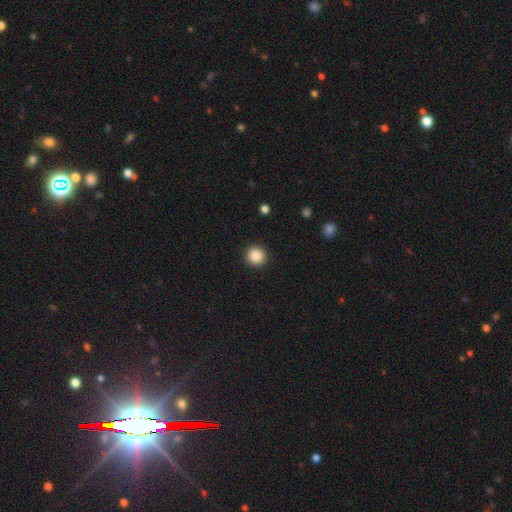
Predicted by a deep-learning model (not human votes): Q: Smooth or featured?
A: smooth (87%); runner-up: star or artifact (9%)
Q: How rounded?
A: round (95%); runner-up: in between (5%)
Q: Merging?
A: none (93%); runner-up: minor disturbance (5%)